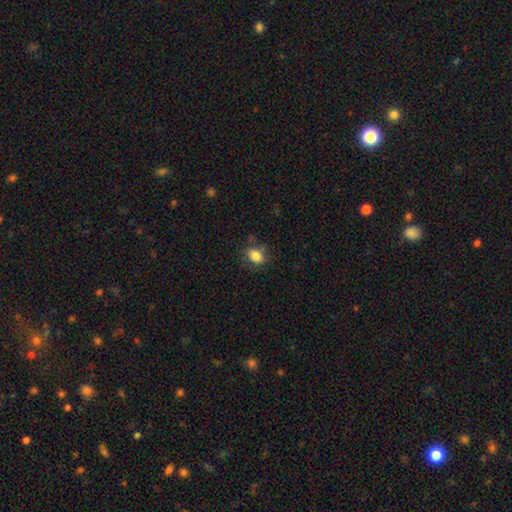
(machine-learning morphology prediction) A smooth galaxy with no disk features (84%) that is in between round and cigar-shaped (72%). Merging: none (73%).